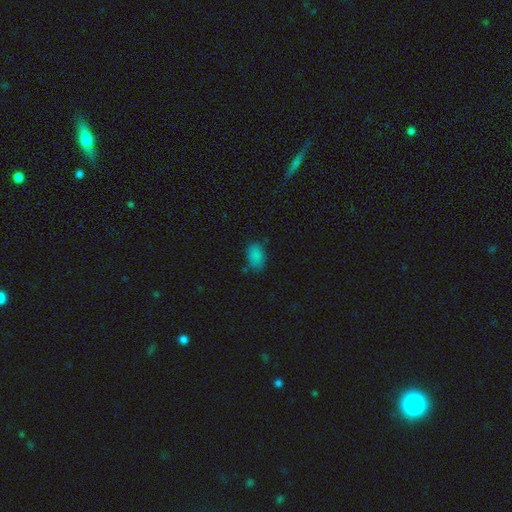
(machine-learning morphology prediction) Q: Smooth or featured?
A: smooth (83%); runner-up: star or artifact (12%)
Q: How rounded?
A: in between (86%); runner-up: round (12%)
Q: Merging?
A: none (70%); runner-up: minor disturbance (22%)